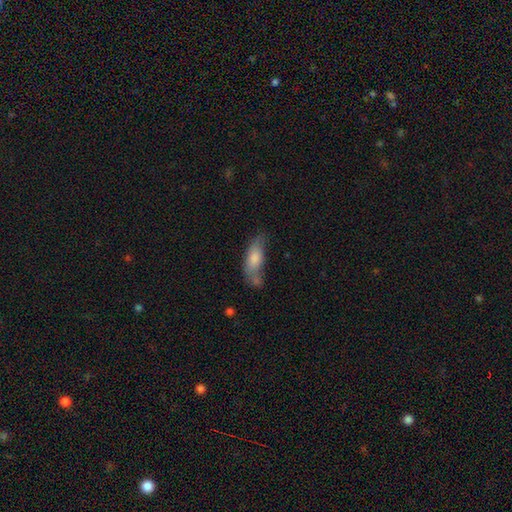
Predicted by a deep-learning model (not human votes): Overall: smooth (66%). How rounded: in between (62%; cigar-shaped 35%). Merging: none (44%; minor disturbance 28%).